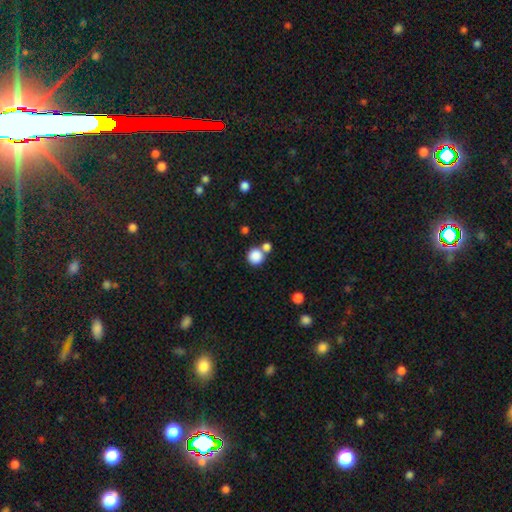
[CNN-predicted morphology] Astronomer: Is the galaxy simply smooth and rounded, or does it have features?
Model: smooth — 86%.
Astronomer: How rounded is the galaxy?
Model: round — 92%.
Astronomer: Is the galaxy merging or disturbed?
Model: none — 62%.